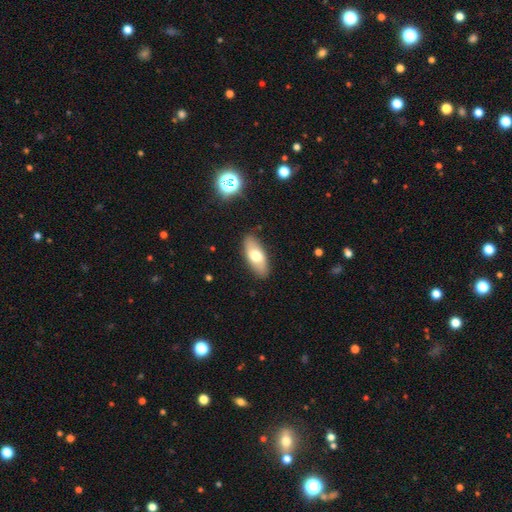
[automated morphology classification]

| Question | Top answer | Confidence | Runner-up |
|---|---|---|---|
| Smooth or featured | smooth | 67% | featured or disk (27%) |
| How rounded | in between | 83% | cigar-shaped (14%) |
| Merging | none | 87% | minor disturbance (10%) |